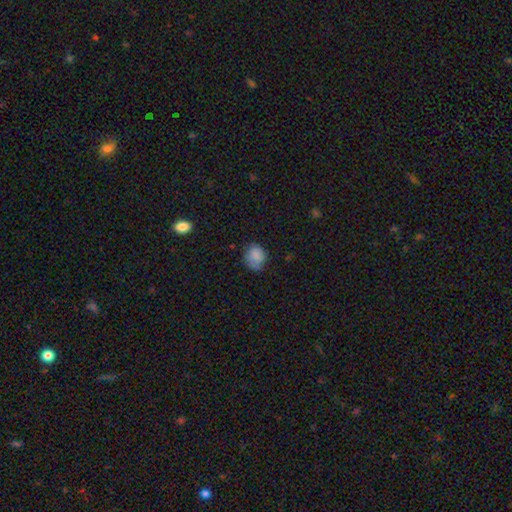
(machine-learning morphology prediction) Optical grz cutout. It shows a smooth galaxy with no disk features (81%) that is round (61%). Merging: none (62%).